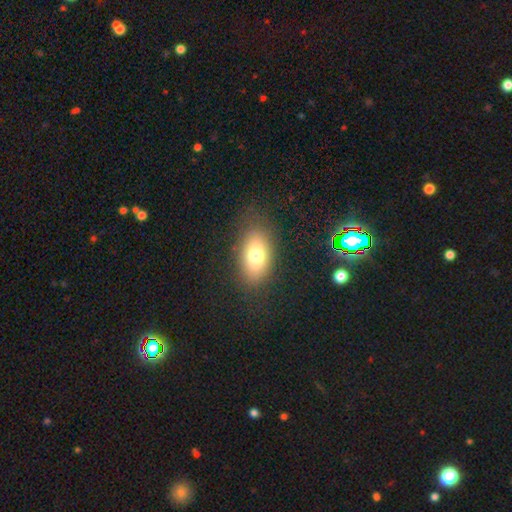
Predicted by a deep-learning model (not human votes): smooth_or_featured: smooth (p=0.74) [alt: featured or disk p=0.15]
how_rounded: in between (p=0.87) [alt: round p=0.11]
merging: none (p=0.82) [alt: minor disturbance p=0.12]